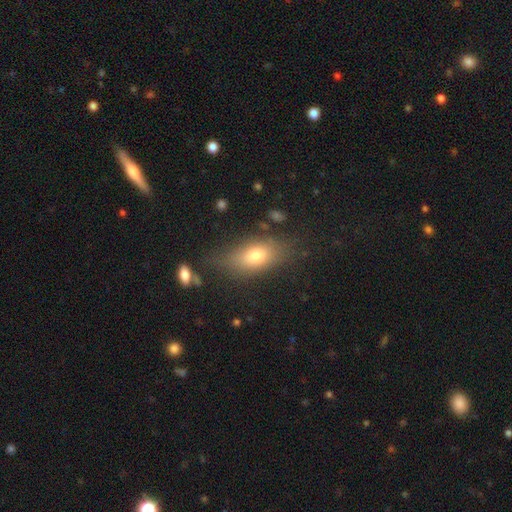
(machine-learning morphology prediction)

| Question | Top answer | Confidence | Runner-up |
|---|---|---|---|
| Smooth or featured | smooth | 74% | featured or disk (16%) |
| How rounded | in between | 83% | cigar-shaped (9%) |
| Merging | none | 73% | minor disturbance (17%) |